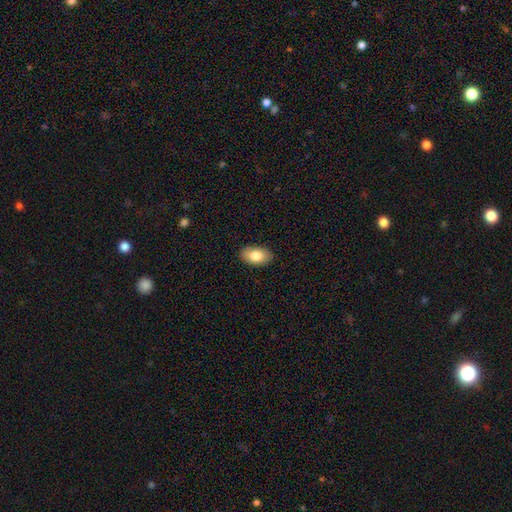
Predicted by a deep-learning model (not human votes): Overall: smooth (80%). How rounded: in between (92%). Merging: none (89%).